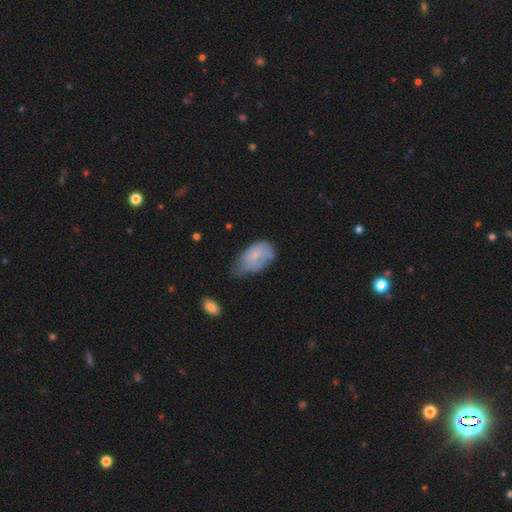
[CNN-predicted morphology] Smooth or featured? Predicted: smooth (p=0.70). How rounded? Predicted: in between (p=0.91). Merging? Predicted: minor disturbance (p=0.46).